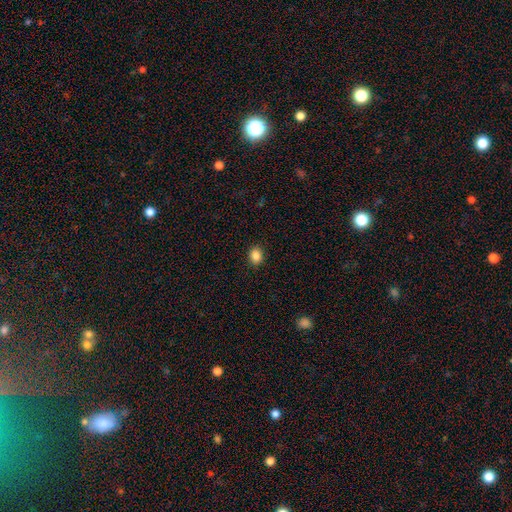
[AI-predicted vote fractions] Morphology: type=smooth (87%); roundness=in between (55%); merging=none (91%).